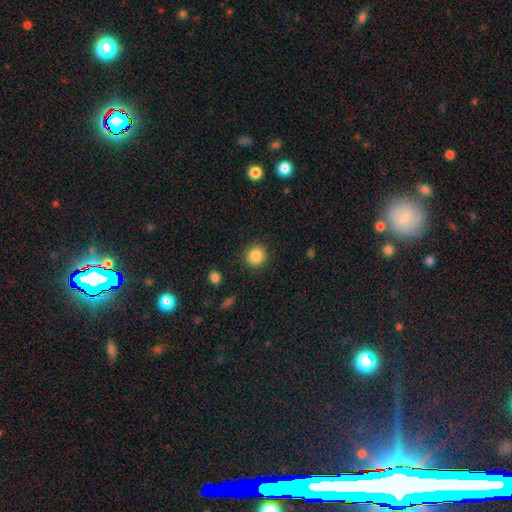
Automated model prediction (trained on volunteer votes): This is clearly a smooth galaxy (86%). How rounded: clearly round (93%). Merging: clearly none (91%).